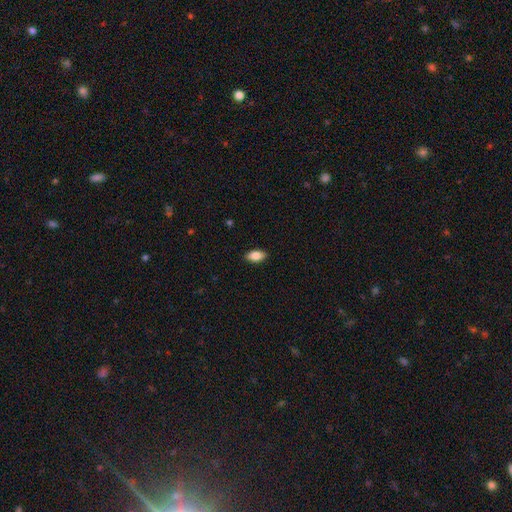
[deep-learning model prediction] A smooth galaxy with no disk features (84%) that is in between round and cigar-shaped (91%). Merging: none (89%).